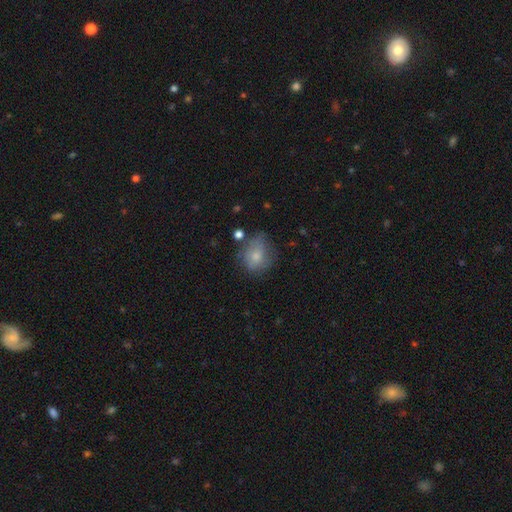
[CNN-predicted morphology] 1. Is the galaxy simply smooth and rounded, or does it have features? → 71% smooth, 20% featured or disk, 9% star or artifact.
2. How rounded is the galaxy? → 56% round, 43% in between, 1% cigar-shaped.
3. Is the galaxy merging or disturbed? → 53% none, 29% minor disturbance, 14% major disturbance, 5% merger.